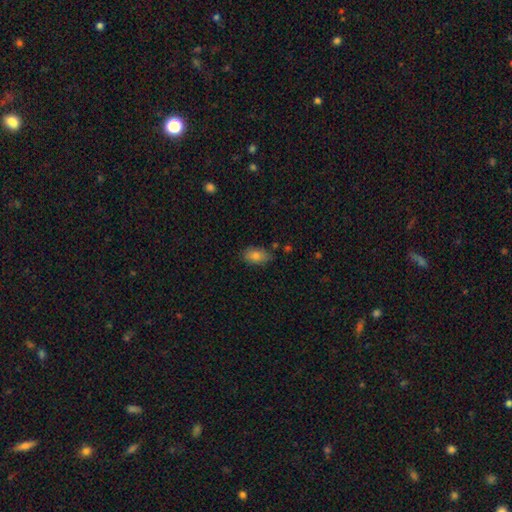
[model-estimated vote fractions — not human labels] Q: Smooth or featured?
A: smooth (81%); runner-up: featured or disk (10%)
Q: How rounded?
A: in between (89%); runner-up: round (8%)
Q: Merging?
A: none (77%); runner-up: minor disturbance (17%)